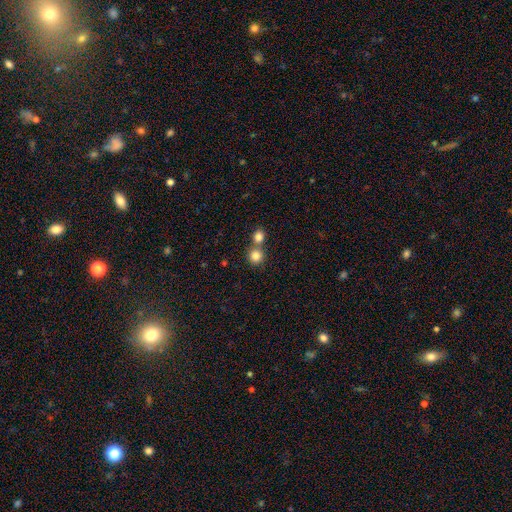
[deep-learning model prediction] smooth 83%, star or artifact 11%, featured or disk 6%. Down the decision tree: how rounded — round (91%); merging — none (54%).